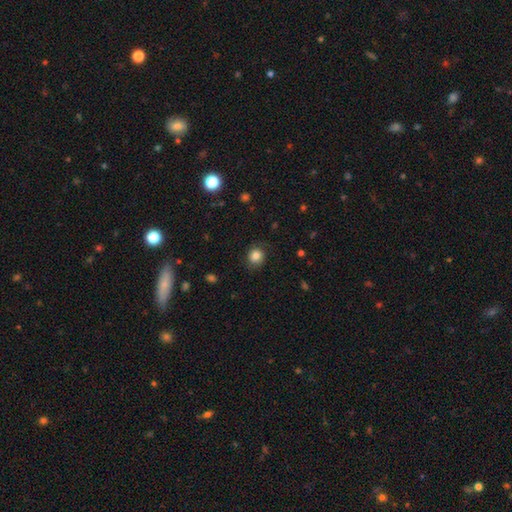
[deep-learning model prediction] Smooth or featured? smooth (82%)
How rounded? round (83%)
Merging? none (79%)